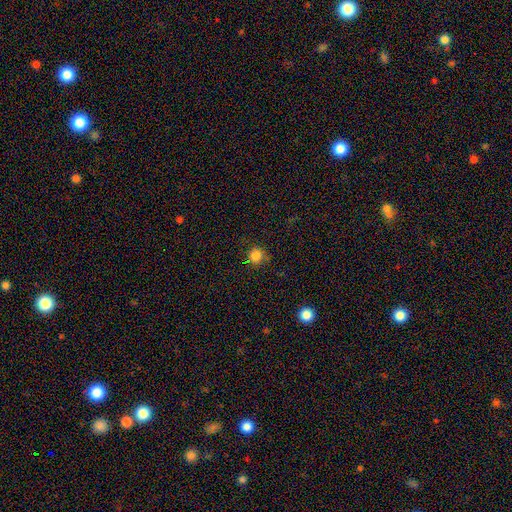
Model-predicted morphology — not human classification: Smooth or featured?
  - smooth: 83% *
  - star or artifact: 13%
  - featured or disk: 4%
How rounded?
  - round: 94% *
  - in between: 5%
  - cigar-shaped: 1%
Merging?
  - none: 85% *
  - minor disturbance: 10%
  - major disturbance: 3%
  - merger: 2%